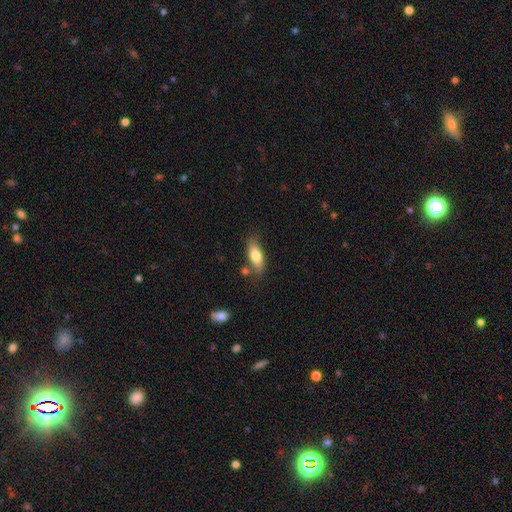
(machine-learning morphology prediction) Overall: smooth (74%). How rounded: in between (73%). Merging: none (70%).